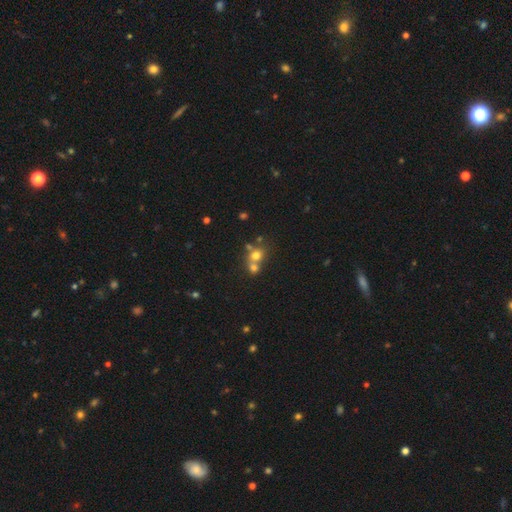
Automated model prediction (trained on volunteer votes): smooth 70%, featured or disk 15%, star or artifact 15%. Down the decision tree: how rounded — round (78%); merging — merger (56%).